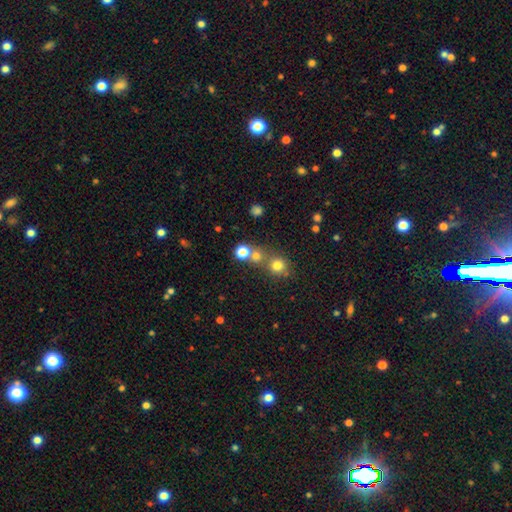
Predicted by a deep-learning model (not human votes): A smooth galaxy with no disk features (71%) that is round (89%).

Vote fractions:
- Smooth or featured? smooth: 71% / star or artifact: 20% / featured or disk: 8%
- How rounded? round: 89% / in between: 10% / cigar-shaped: 1%
- Merging? none: 58% / merger: 32% / minor disturbance: 6% / major disturbance: 3%